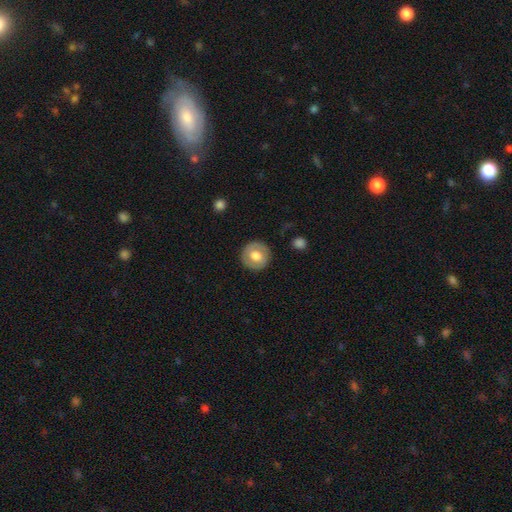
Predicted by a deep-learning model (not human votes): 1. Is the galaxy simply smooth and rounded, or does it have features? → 65% smooth, 29% featured or disk, 6% star or artifact.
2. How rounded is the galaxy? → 92% round, 7% in between, 1% cigar-shaped.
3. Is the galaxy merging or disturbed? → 89% none, 8% minor disturbance, 2% major disturbance, 1% merger.